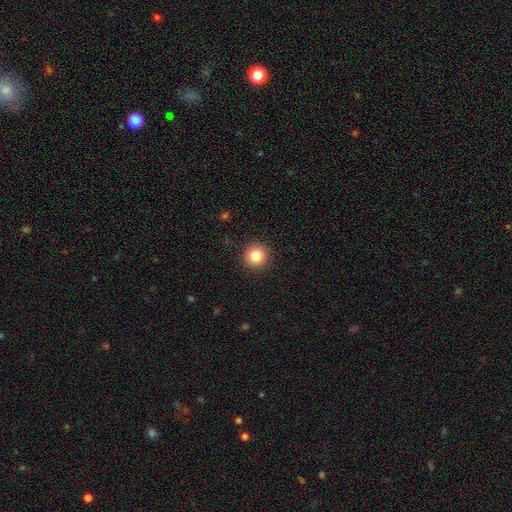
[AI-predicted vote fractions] The model was most divided on "smooth or featured": smooth: 83%, star or artifact: 11%, featured or disk: 6%. More confident: how rounded — round (94%); merging — none (92%).